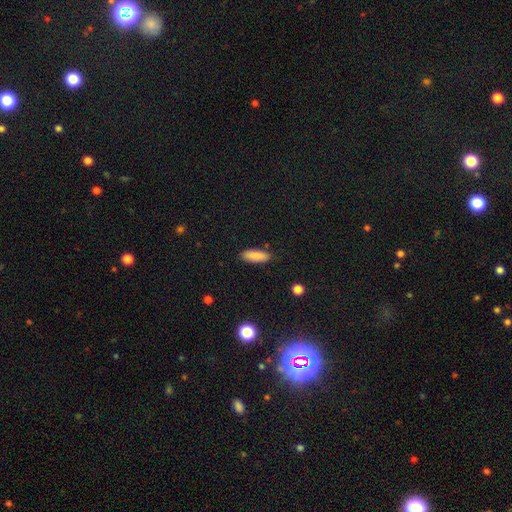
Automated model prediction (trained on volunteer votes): Smooth or featured?
  - smooth: 87% *
  - star or artifact: 7%
  - featured or disk: 6%
How rounded?
  - in between: 61% *
  - cigar-shaped: 37%
  - round: 2%
Merging?
  - none: 86% *
  - minor disturbance: 10%
  - major disturbance: 2%
  - merger: 1%